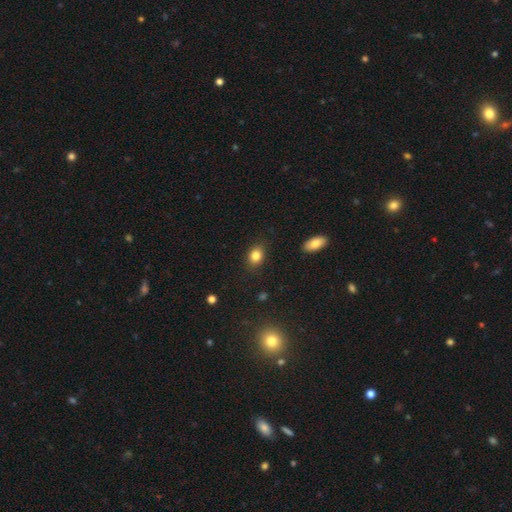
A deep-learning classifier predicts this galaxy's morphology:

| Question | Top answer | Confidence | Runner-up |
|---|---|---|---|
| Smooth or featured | smooth | 84% | star or artifact (10%) |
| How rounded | in between | 65% | round (34%) |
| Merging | none | 85% | minor disturbance (11%) |